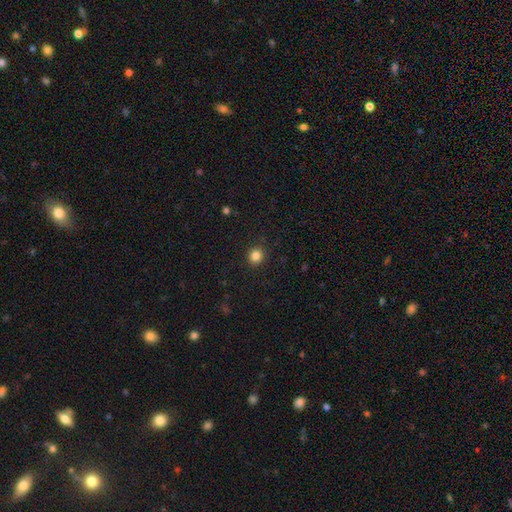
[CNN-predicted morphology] Smooth or featured?
  - smooth: 84% *
  - star or artifact: 12%
  - featured or disk: 4%
How rounded?
  - round: 88% *
  - in between: 11%
  - cigar-shaped: 1%
Merging?
  - none: 90% *
  - minor disturbance: 7%
  - major disturbance: 2%
  - merger: 1%